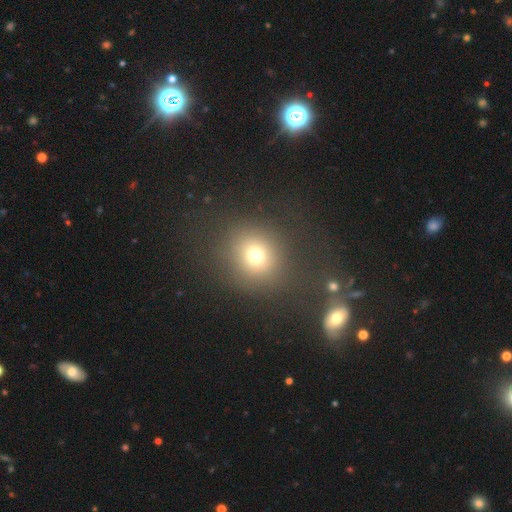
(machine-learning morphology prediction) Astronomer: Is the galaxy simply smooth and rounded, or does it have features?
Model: smooth — 71%.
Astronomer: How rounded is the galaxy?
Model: round — 87%.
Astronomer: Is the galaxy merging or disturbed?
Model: none — 81%.